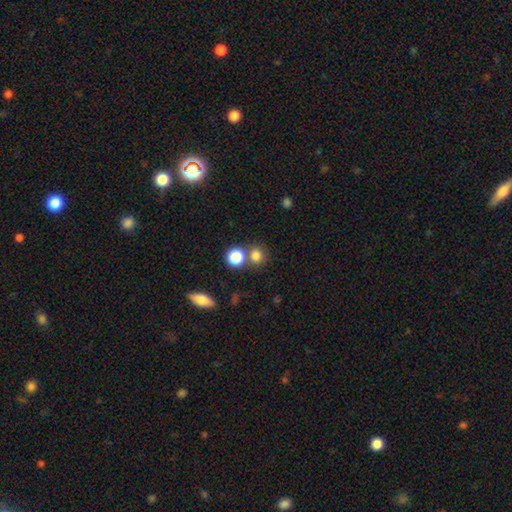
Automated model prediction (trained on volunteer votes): smooth-or-featured: smooth: 79% | star or artifact: 15% | featured or disk: 6%
  how-rounded: round: 82% | in between: 16% | cigar-shaped: 1%
  merging: none: 63% | merger: 26% | minor disturbance: 8% | major disturbance: 3%